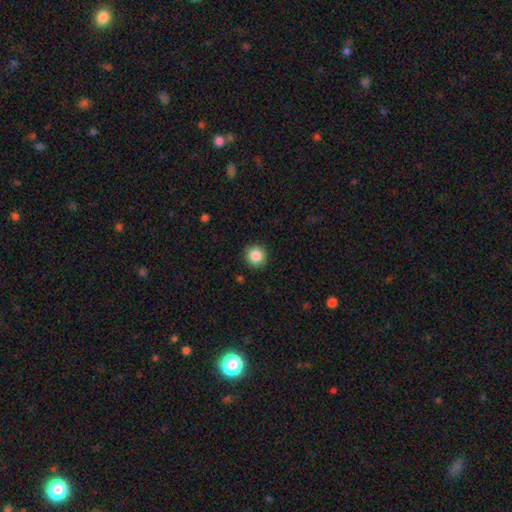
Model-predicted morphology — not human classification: Smooth or featured?
  - smooth: 87% *
  - star or artifact: 9%
  - featured or disk: 4%
How rounded?
  - round: 94% *
  - in between: 5%
  - cigar-shaped: 1%
Merging?
  - none: 92% *
  - minor disturbance: 5%
  - major disturbance: 2%
  - merger: 1%